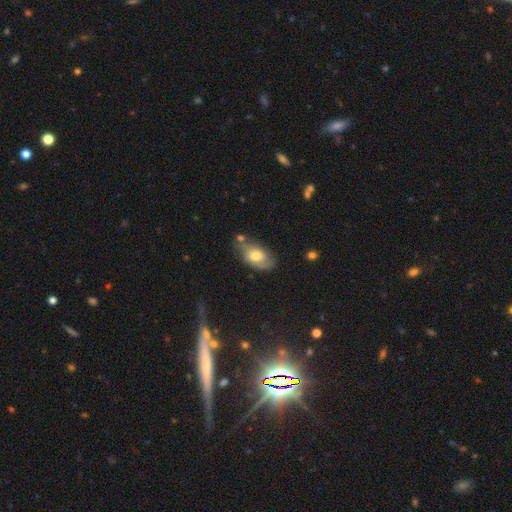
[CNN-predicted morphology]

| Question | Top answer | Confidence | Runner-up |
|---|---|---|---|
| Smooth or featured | smooth | 52% | featured or disk (40%) |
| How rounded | in between | 90% | round (7%) |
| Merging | none | 57% | minor disturbance (26%) |